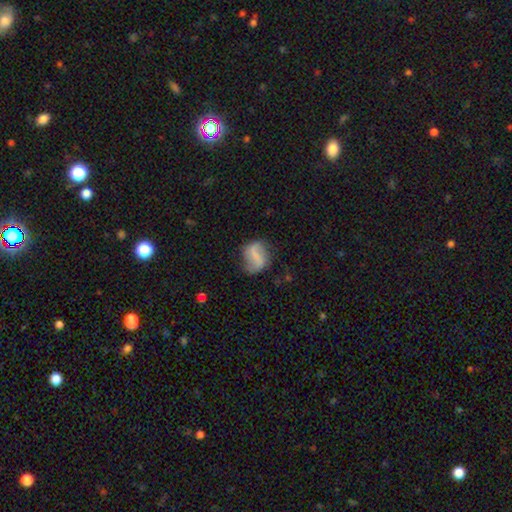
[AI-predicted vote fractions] A featured or disk galaxy (55%) with a strong bar (49%), spiral arms (75%) and no central bulge (59%). Merging: none (66%).